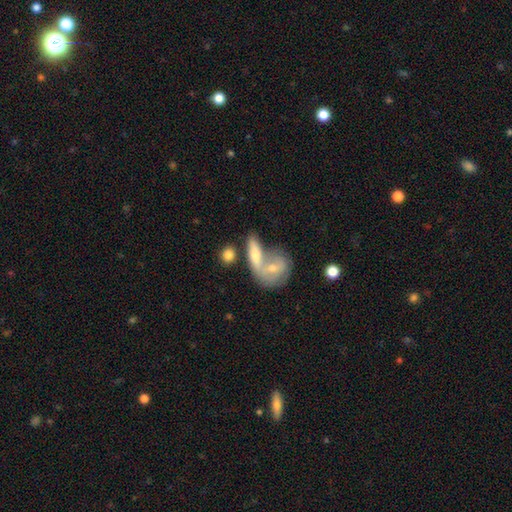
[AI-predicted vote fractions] Smooth or featured?
  - smooth: 56% *
  - featured or disk: 36%
  - star or artifact: 8%
How rounded?
  - in between: 56% *
  - round: 22%
  - cigar-shaped: 22%
Merging?
  - merger: 53% *
  - none: 32%
  - minor disturbance: 9%
  - major disturbance: 6%